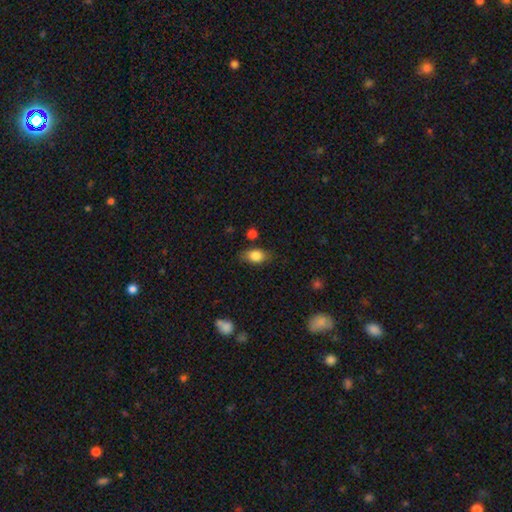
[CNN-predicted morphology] This appears to be a smooth galaxy with no disk features (84%) that is in between round and cigar-shaped (83%). Merging: none (76%).